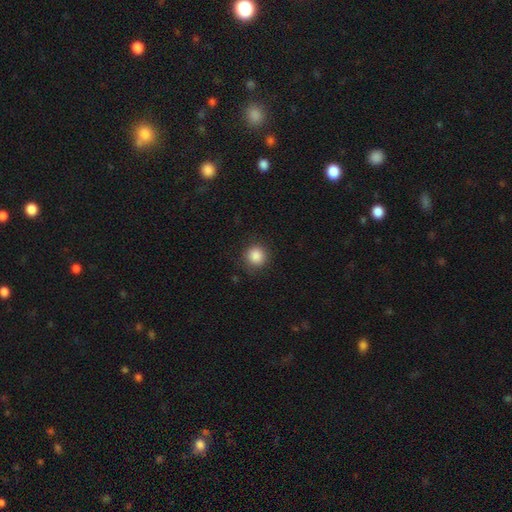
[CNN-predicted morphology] type=smooth (87%); roundness=round (91%); merging=none (86%).